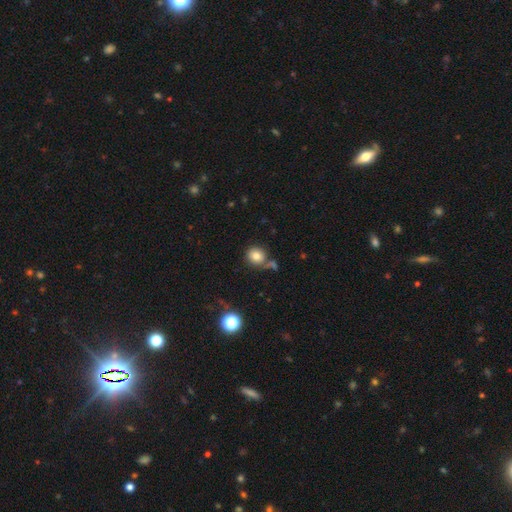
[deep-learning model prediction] smooth 80%, star or artifact 11%, featured or disk 8%. Down the decision tree: how rounded — round (83%); merging — none (67%).